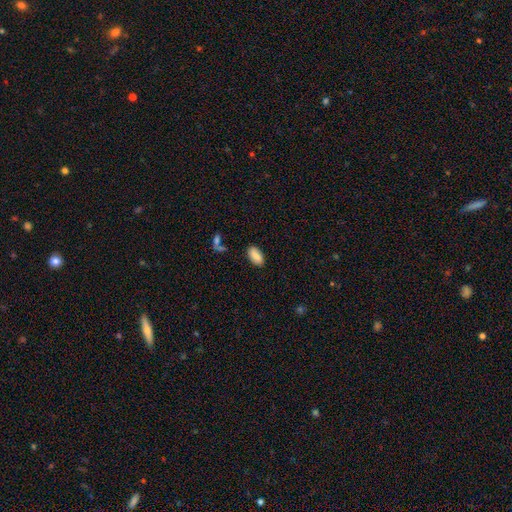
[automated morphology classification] Q: Smooth or featured?
A: smooth (86%); runner-up: star or artifact (8%)
Q: How rounded?
A: in between (91%); runner-up: cigar-shaped (6%)
Q: Merging?
A: none (83%); runner-up: minor disturbance (12%)